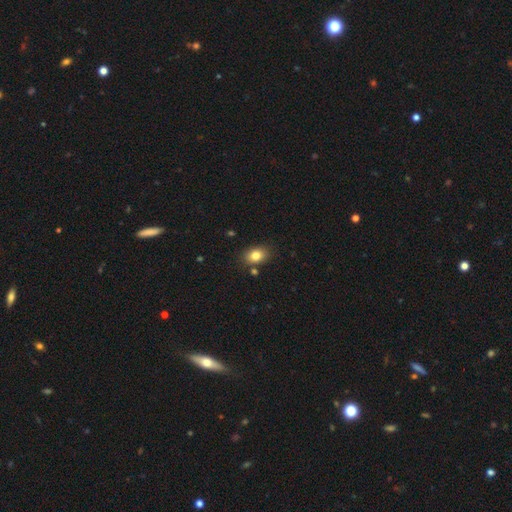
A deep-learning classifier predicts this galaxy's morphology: The model was most divided on "how rounded": in between: 73%, round: 25%, cigar-shaped: 1%. More confident: smooth or featured — smooth (82%); merging — none (81%).